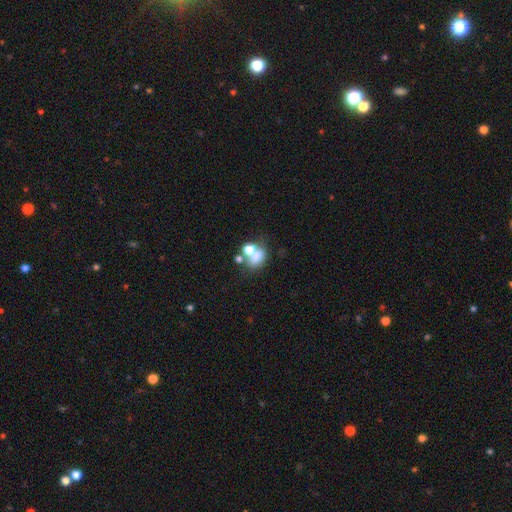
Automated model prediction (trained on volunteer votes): Smooth or featured? smooth (65%)
How rounded? in between (62%)
Merging? merger (49%)